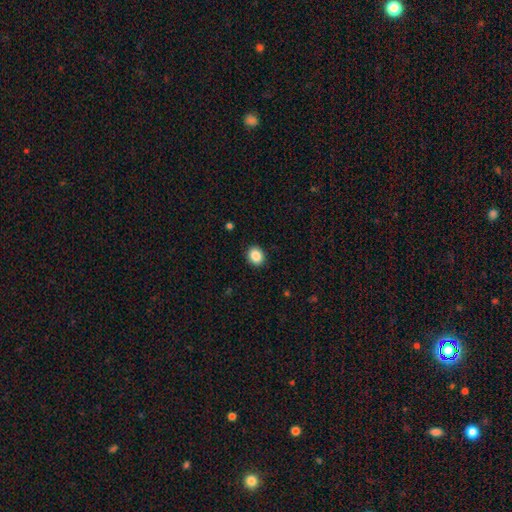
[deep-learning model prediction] A smooth galaxy with no disk features (88%) that is round (70%). Merging: none (91%).